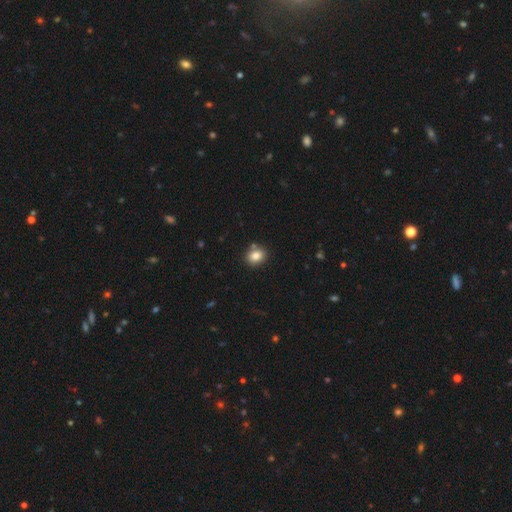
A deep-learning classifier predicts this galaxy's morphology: Smooth or featured: smooth — 83% (star or artifact — 10%)
How rounded: round — 55% (in between — 44%)
Merging: none — 80% (minor disturbance — 10%)